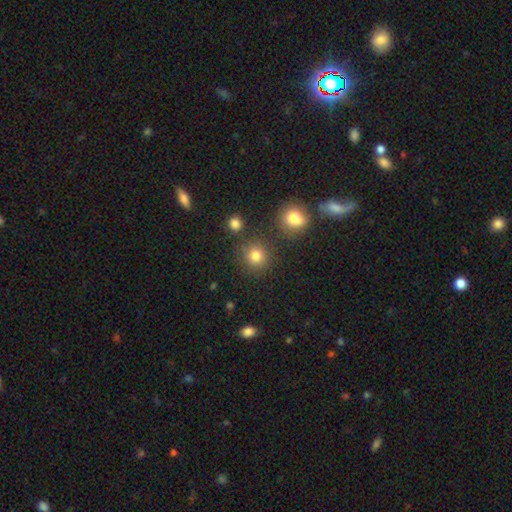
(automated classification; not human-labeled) smooth-or-featured: smooth: 80% | star or artifact: 14% | featured or disk: 6%
  how-rounded: round: 90% | in between: 9% | cigar-shaped: 1%
  merging: none: 81% | minor disturbance: 8% | merger: 8% | major disturbance: 3%